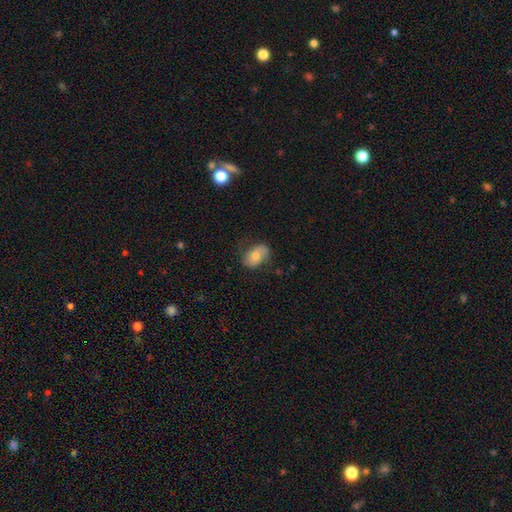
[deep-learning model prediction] Smooth or featured? Predicted: smooth (p=0.60). How rounded? Predicted: in between (p=0.80). Merging? Predicted: none (p=0.69).